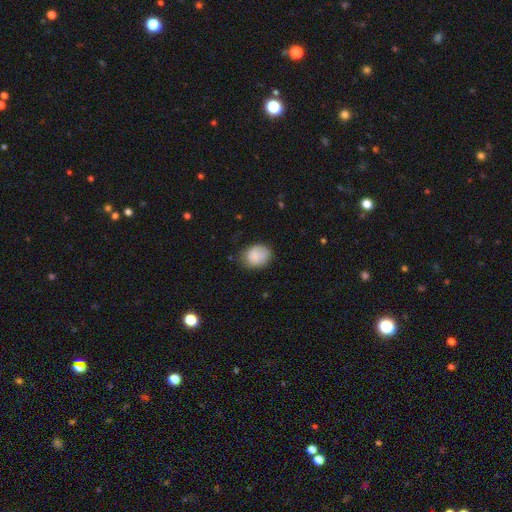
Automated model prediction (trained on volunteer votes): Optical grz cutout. It shows a smooth galaxy with no disk features (83%) that is in between round and cigar-shaped (55%). Merging: none (66%).